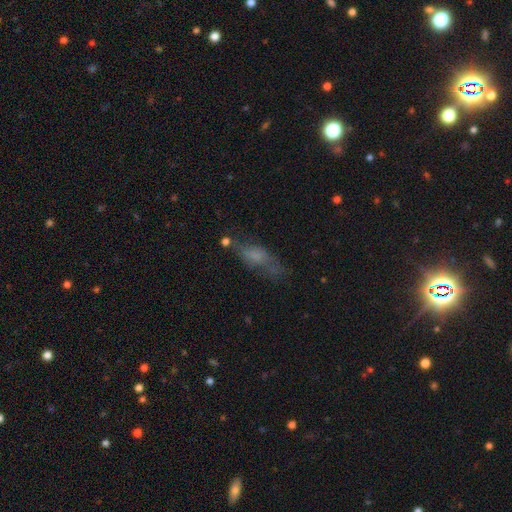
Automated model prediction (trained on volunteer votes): A smooth galaxy with no disk features (54%) that is in between round and cigar-shaped (56%). Merging: none (48%).